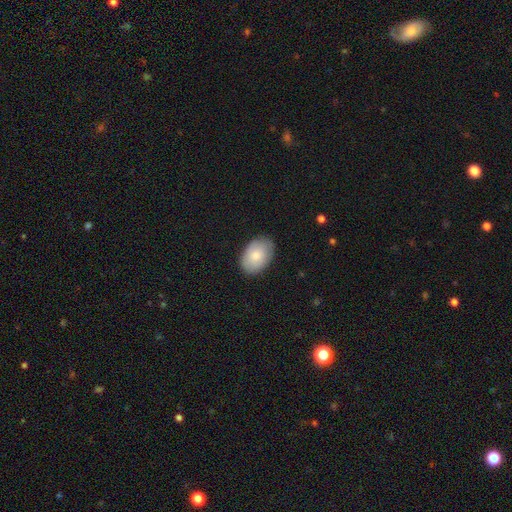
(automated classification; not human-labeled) This is clearly a smooth galaxy (81%). How rounded: clearly in between (88%). Merging: clearly none (85%).